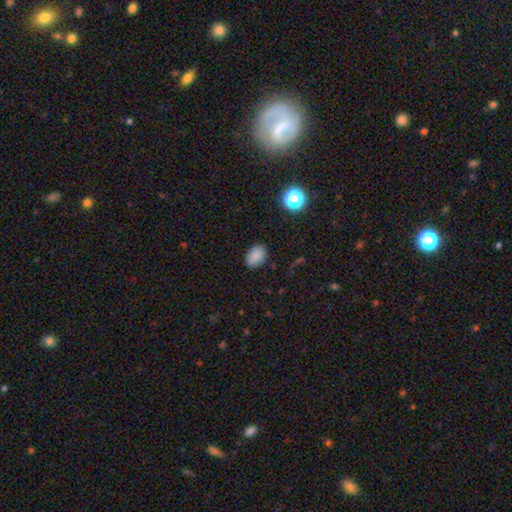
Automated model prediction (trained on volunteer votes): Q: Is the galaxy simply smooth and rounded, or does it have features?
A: smooth — 84%.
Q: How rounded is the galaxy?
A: in between — 75%.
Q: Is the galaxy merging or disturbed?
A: none — 82%.